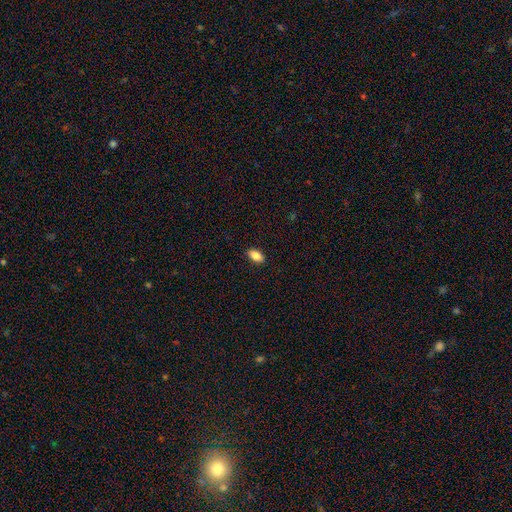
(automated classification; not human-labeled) A smooth galaxy with no disk features (87%) that is in between round and cigar-shaped (91%).

Vote fractions:
- Smooth or featured? smooth: 87% / star or artifact: 8% / featured or disk: 5%
- How rounded? in between: 91% / round: 5% / cigar-shaped: 4%
- Merging? none: 89% / minor disturbance: 8% / major disturbance: 2% / merger: 1%